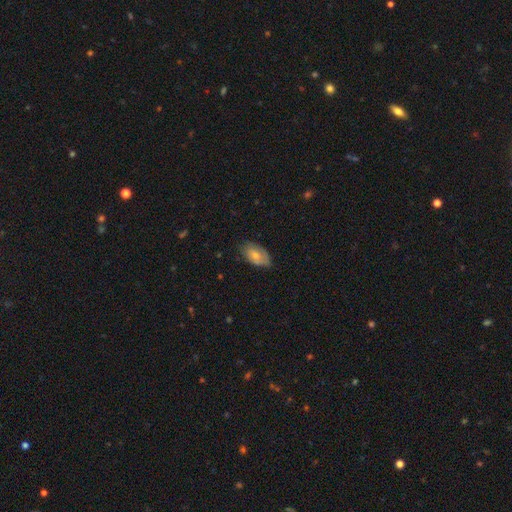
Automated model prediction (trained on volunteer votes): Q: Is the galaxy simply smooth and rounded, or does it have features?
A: smooth — 66%.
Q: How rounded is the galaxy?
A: in between — 93%.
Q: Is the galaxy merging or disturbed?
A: none — 66%.